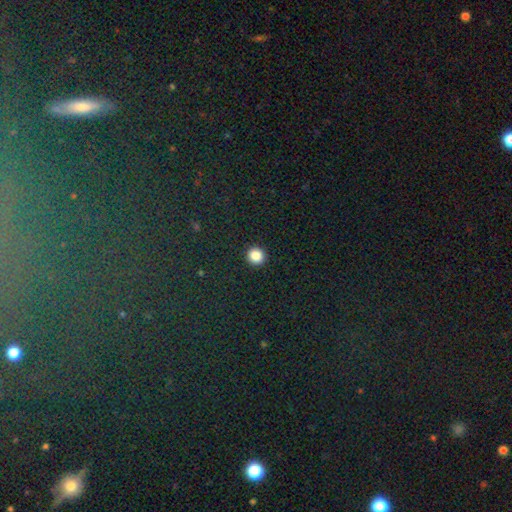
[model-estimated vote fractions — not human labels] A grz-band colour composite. It shows a smooth galaxy with no disk features (86%) that is round (93%). Merging: none (93%).